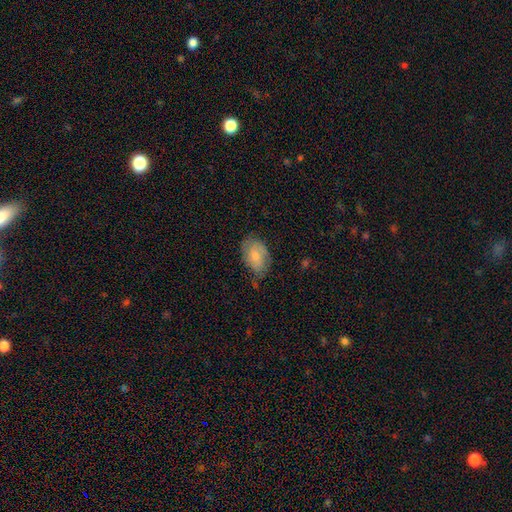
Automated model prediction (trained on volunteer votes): This appears to be a smooth galaxy with no disk features (67%) that is in between round and cigar-shaped (89%). Merging: none (57%).